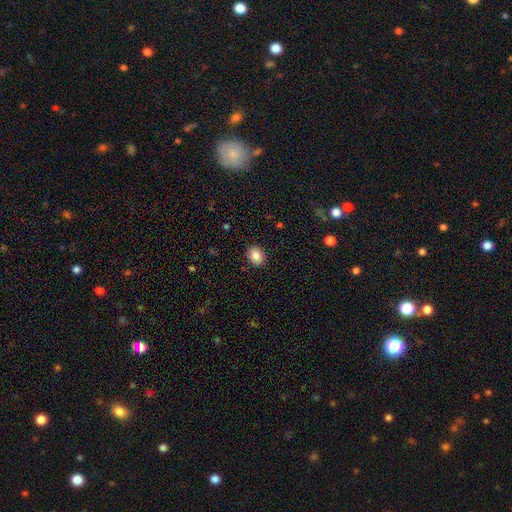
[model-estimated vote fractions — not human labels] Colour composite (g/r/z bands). It shows a smooth galaxy with no disk features (88%) that is in between round and cigar-shaped (57%). Merging: none (89%).